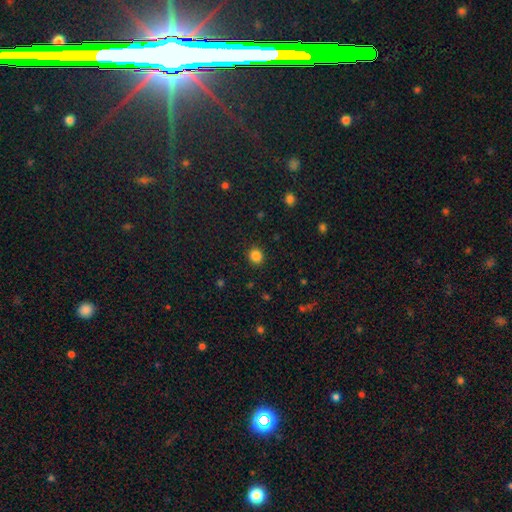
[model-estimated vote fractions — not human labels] Overall: smooth (85%). How rounded: round (81%). Merging: none (90%).